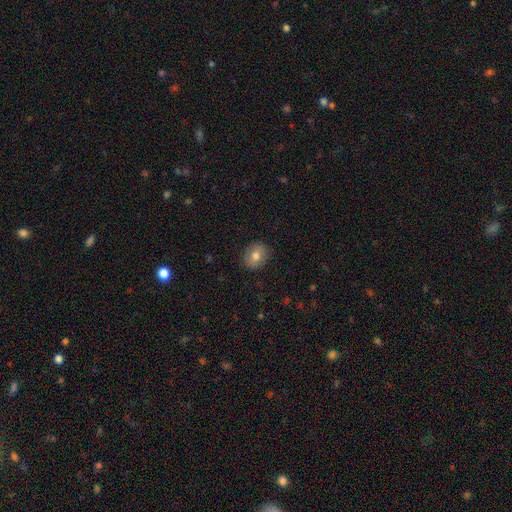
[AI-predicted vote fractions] smooth 77%, featured or disk 14%, star or artifact 9%. Down the decision tree: how rounded — round (51%); merging — none (88%).